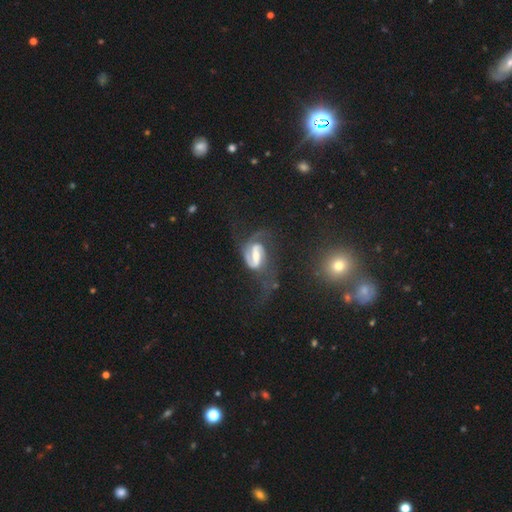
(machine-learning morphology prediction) A featured or disk galaxy (86%) with a strong bar (49%), 2 (85%) medium (47%) spiral arms (95%) and a moderate central bulge (52%).

Vote fractions:
- Smooth or featured? featured or disk: 86% / smooth: 7% / star or artifact: 6%
- Edge-on disk? no: 97% / yes: 3%
- Bar? strong: 49% / weak: 39% / no: 12%
- Spiral arms? yes: 95% / no: 5%
- Spiral winding? medium: 47% / loose: 30% / tight: 23%
- Spiral arm count? 2: 85% / 1: 7% / can't tell: 4% / 3: 2% / 4: 1% / more than 4: 1%
- Bulge size? moderate: 52% / small: 32% / large: 10% / none: 4% / dominant: 2%
- Merging? none: 40% / major disturbance: 38% / minor disturbance: 18% / merger: 4%